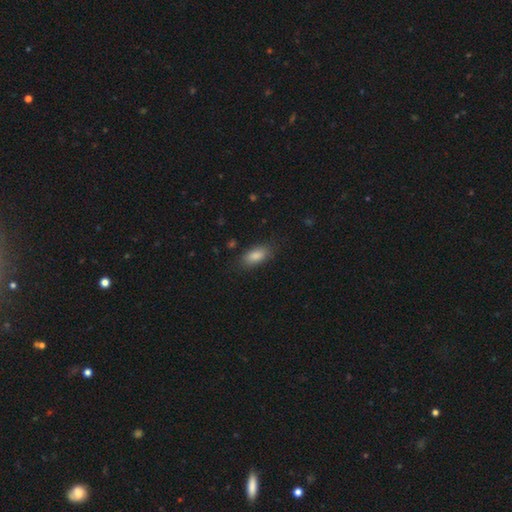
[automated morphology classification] This is clearly a smooth galaxy (86%). How rounded: clearly in between (89%). Merging: clearly none (81%).